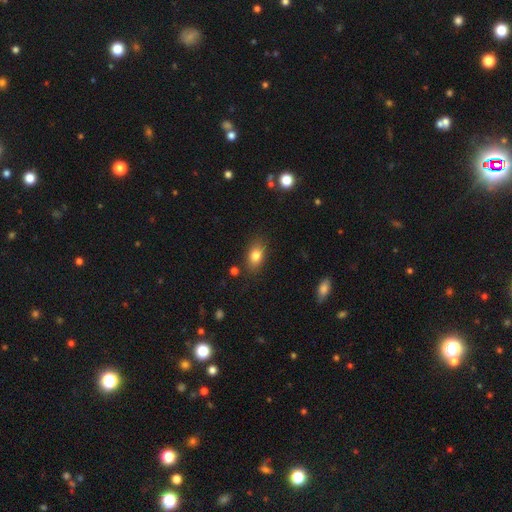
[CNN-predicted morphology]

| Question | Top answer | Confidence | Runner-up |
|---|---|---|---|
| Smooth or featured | smooth | 81% | star or artifact (9%) |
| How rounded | in between | 83% | round (14%) |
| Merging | none | 82% | minor disturbance (12%) |